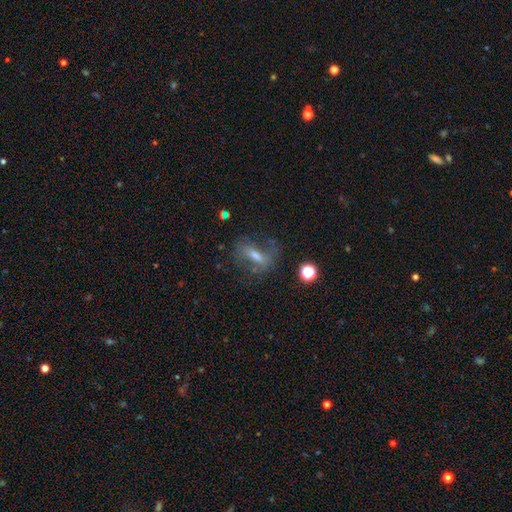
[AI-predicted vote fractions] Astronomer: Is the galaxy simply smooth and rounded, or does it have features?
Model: featured or disk — 51% (runner-up: smooth, 34%).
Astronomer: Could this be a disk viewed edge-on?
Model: no — 80%.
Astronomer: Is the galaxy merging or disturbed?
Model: none — 57%.